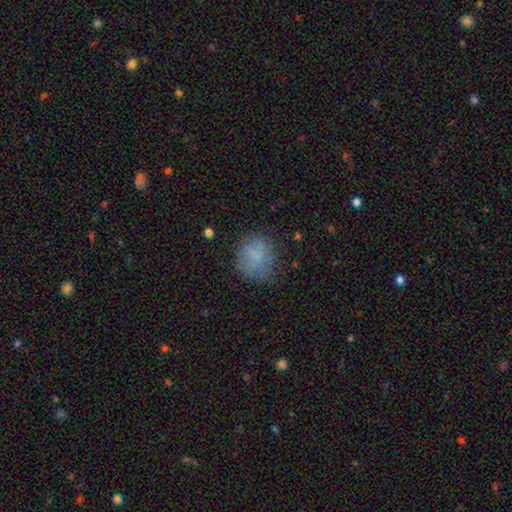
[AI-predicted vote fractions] This appears to be a smooth galaxy with no disk features (73%) that is round (73%). Merging: none (68%).